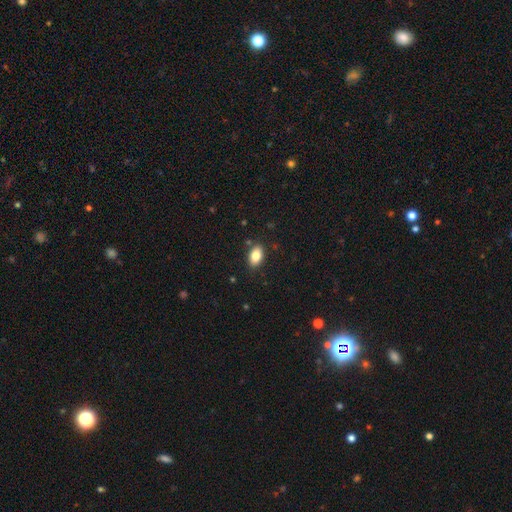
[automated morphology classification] A smooth galaxy with no disk features (84%) that is in between round and cigar-shaped (91%).

Vote fractions:
- Smooth or featured? smooth: 84% / featured or disk: 8% / star or artifact: 8%
- How rounded? in between: 91% / round: 7% / cigar-shaped: 2%
- Merging? none: 86% / minor disturbance: 10% / major disturbance: 2% / merger: 2%